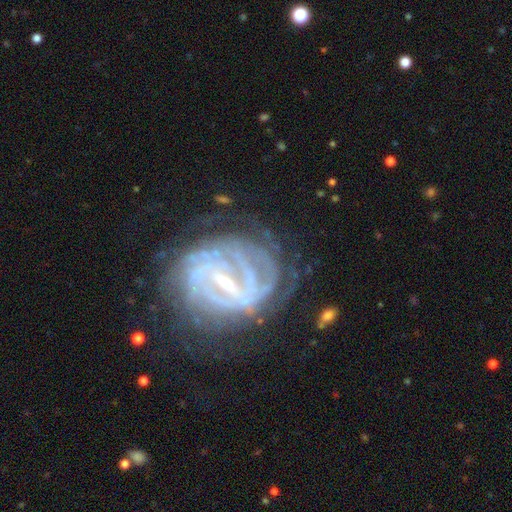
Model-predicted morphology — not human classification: type=featured or disk (89%); edge-on=no (96%); bar=strong (69%); spiral arms=yes (94%); winding=tight (76%); arm count=can't tell (32%); bulge=small (59%); merging=none (71%).